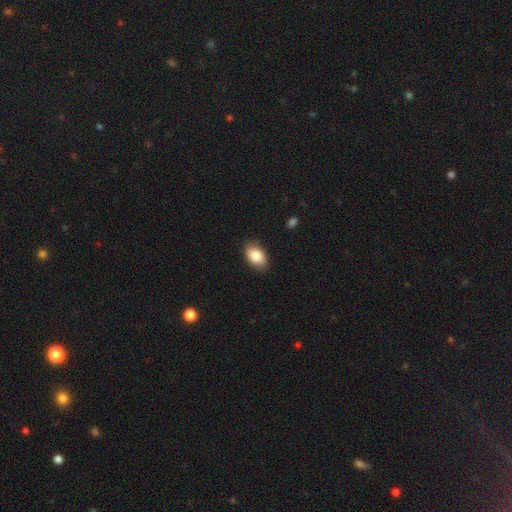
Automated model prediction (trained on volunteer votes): Q: Smooth or featured?
A: smooth (85%); runner-up: featured or disk (8%)
Q: How rounded?
A: in between (91%); runner-up: round (8%)
Q: Merging?
A: none (88%); runner-up: minor disturbance (9%)